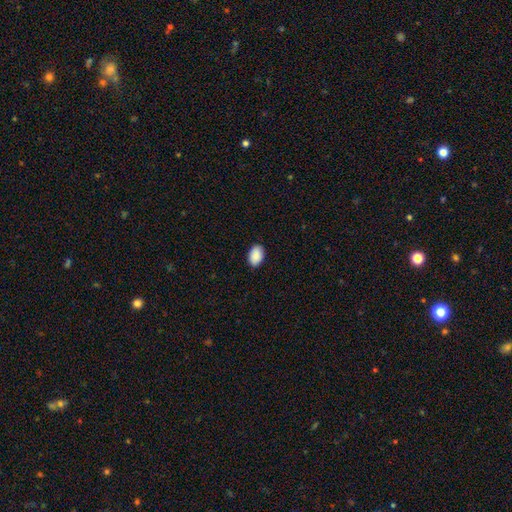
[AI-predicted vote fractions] Smooth or featured? Predicted: smooth (p=0.90). How rounded? Predicted: in between (p=0.90). Merging? Predicted: none (p=0.89).